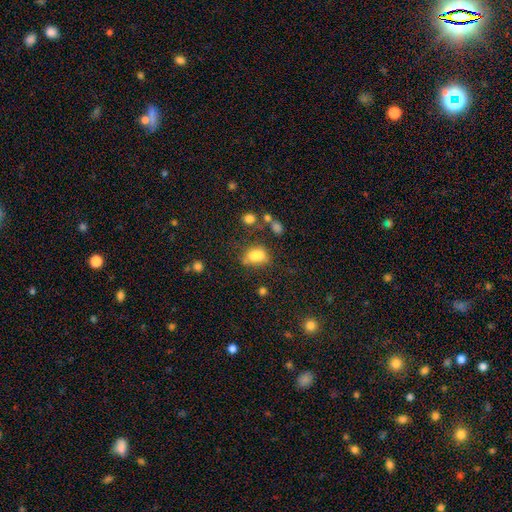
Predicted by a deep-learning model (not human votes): Smooth or featured? smooth (72%)
How rounded? in between (68%)
Merging? none (39%)